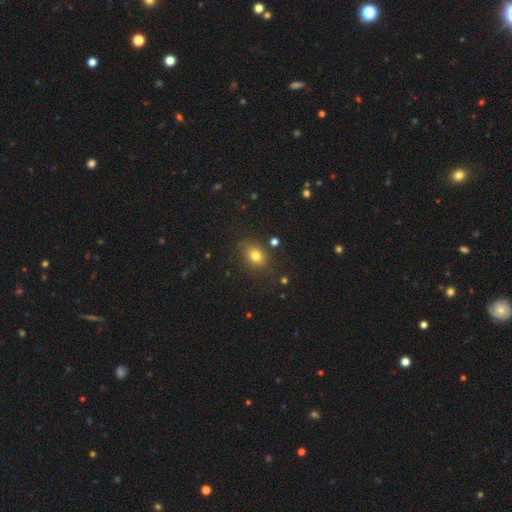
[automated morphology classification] smooth 77%, star or artifact 13%, featured or disk 10%. Down the decision tree: how rounded — in between (58%); merging — none (79%).